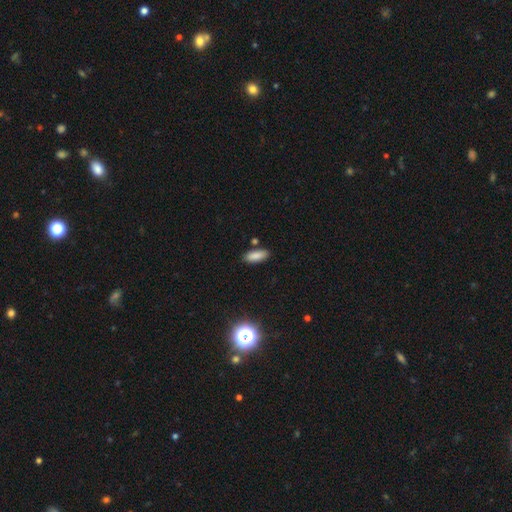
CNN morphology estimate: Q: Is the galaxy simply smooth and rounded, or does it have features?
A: smooth — 86%.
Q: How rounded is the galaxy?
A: in between — 76%.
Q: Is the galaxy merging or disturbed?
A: none — 83%.